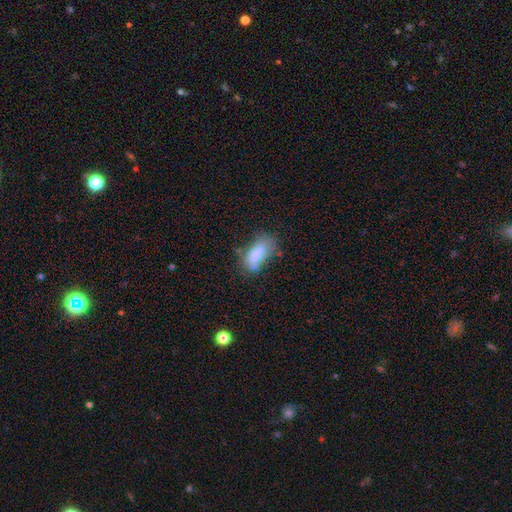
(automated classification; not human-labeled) smooth_or_featured: smooth (p=0.78) [alt: featured or disk p=0.13]
how_rounded: in between (p=0.84) [alt: cigar-shaped p=0.13]
merging: none (p=0.51) [alt: minor disturbance p=0.29]